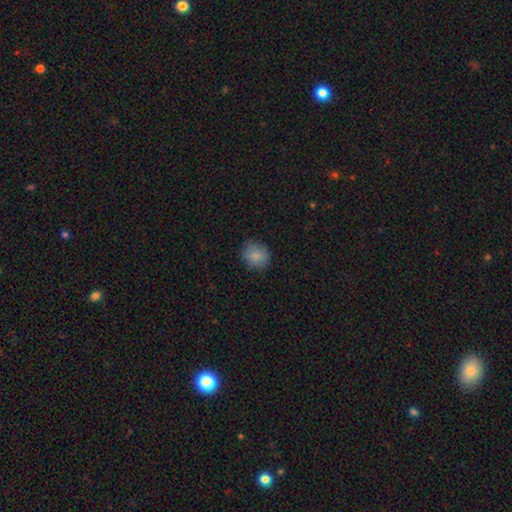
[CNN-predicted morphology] Smooth or featured? smooth (85%)
How rounded? round (78%)
Merging? none (83%)